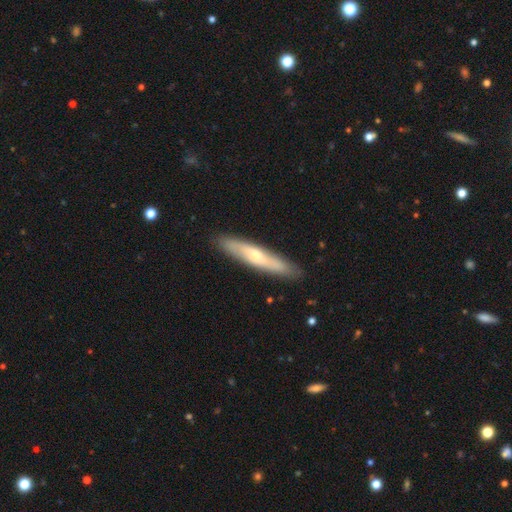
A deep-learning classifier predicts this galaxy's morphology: This is possibly a smooth galaxy (51%). How rounded: clearly cigar-shaped (88%). Merging: clearly none (88%).